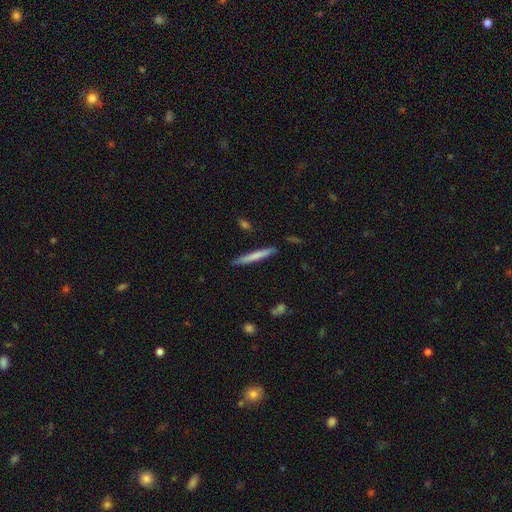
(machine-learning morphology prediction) type=smooth (68%); roundness=cigar-shaped (96%); merging=none (88%).